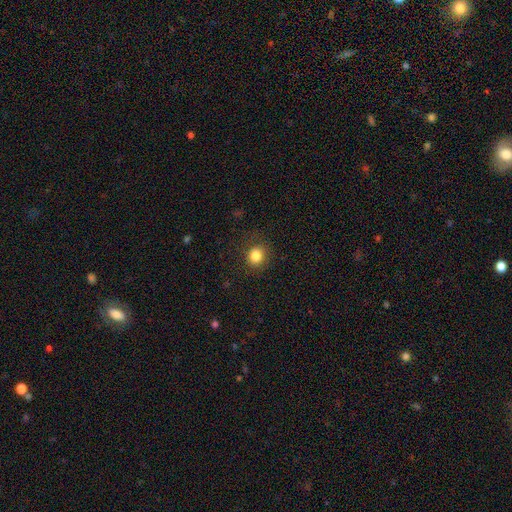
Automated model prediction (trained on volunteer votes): A smooth galaxy with no disk features (83%) that is round (83%).

Vote fractions:
- Smooth or featured? smooth: 83% / star or artifact: 11% / featured or disk: 5%
- How rounded? round: 83% / in between: 16% / cigar-shaped: 1%
- Merging? none: 87% / minor disturbance: 9% / major disturbance: 3% / merger: 1%